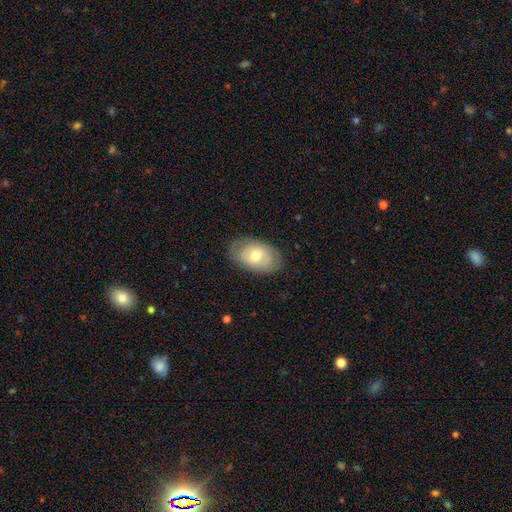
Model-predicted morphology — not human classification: A smooth galaxy with no disk features (56%) that is in between round and cigar-shaped (89%).

Vote fractions:
- Smooth or featured? smooth: 56% / featured or disk: 37% / star or artifact: 6%
- How rounded? in between: 89% / round: 10% / cigar-shaped: 1%
- Merging? none: 78% / minor disturbance: 16% / major disturbance: 4% / merger: 1%